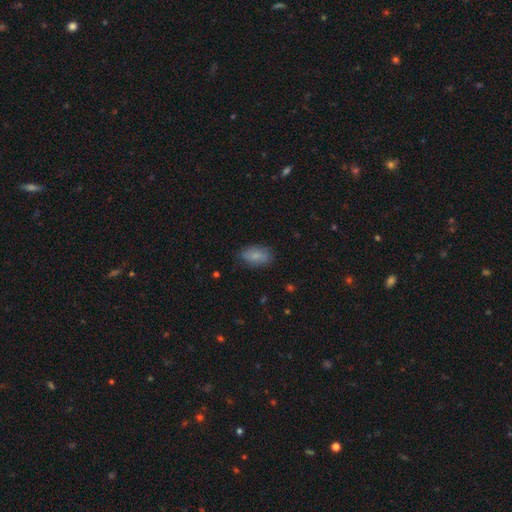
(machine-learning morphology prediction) Smooth or featured? Predicted: smooth (p=0.79). How rounded? Predicted: in between (p=0.91). Merging? Predicted: none (p=0.80).